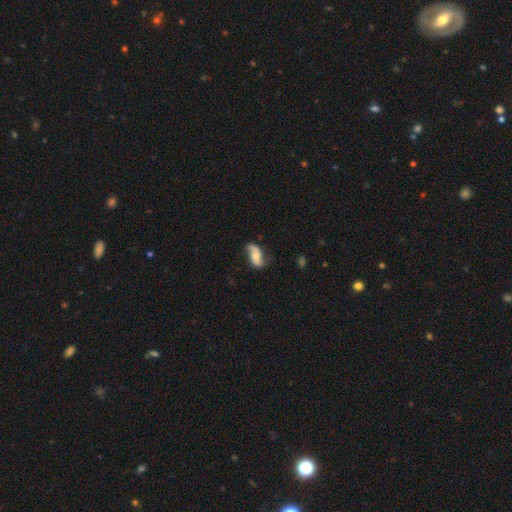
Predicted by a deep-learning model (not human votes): This is likely a featured or disk galaxy (70%). It is clearly not viewed edge-on (95%). Bar: possibly no (54%). Spiral arm pattern: clearly yes (93%). Spiral arm count: clearly 2 (91%). Spiral winding: likely loose (75%). Central bulge: possibly moderate (53%). Merging: likely none (69%).